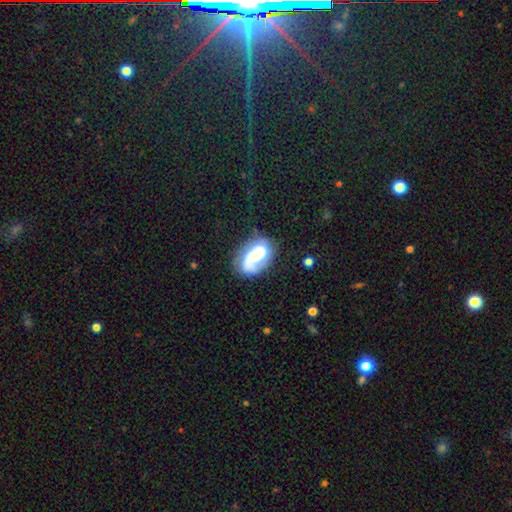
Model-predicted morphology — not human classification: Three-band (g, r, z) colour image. It shows a featured or disk galaxy (58%) with a weak bar (36%), spiral arms (80%) and a moderate central bulge (24%, tied with small and none). Merging: none (55%).